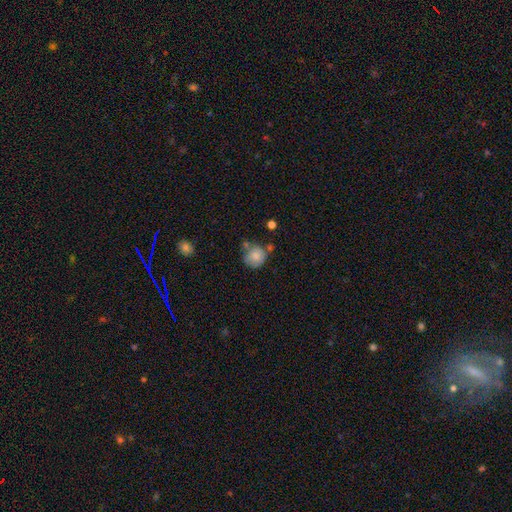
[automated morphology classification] Q: Smooth or featured?
A: smooth (80%); runner-up: featured or disk (12%)
Q: How rounded?
A: round (84%); runner-up: in between (15%)
Q: Merging?
A: none (54%); runner-up: minor disturbance (24%)